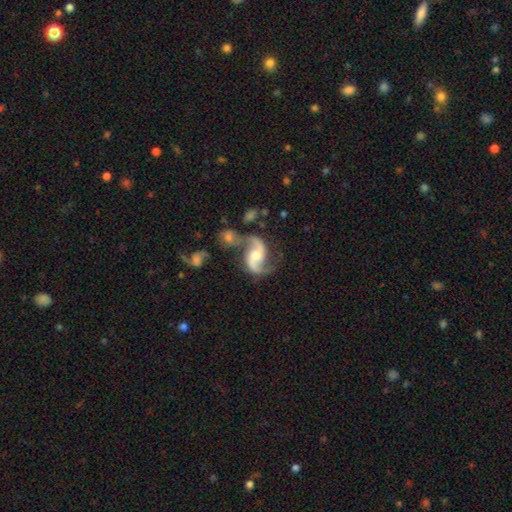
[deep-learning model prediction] Smooth or featured: featured or disk — 90% (smooth — 5%)
Edge-on disk: no — 98% (yes — 2%)
Bar: no — 51% (weak — 36%)
Spiral arms: yes — 97% (no — 3%)
Spiral winding: loose — 57% (medium — 37%)
Spiral arm count: 2 — 93% (1 — 2%)
Bulge size: moderate — 62% (small — 23%)
Merging: none — 47% (merger — 30%)